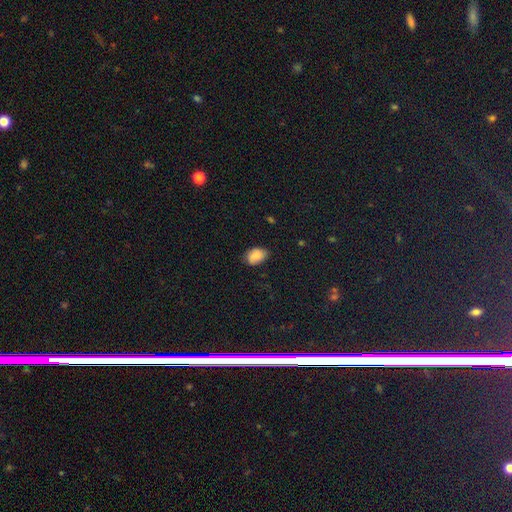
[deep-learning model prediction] smooth_or_featured: smooth (p=0.84) [alt: featured or disk p=0.08]
how_rounded: in between (p=0.85) [alt: round p=0.14]
merging: none (p=0.75) [alt: minor disturbance p=0.20]